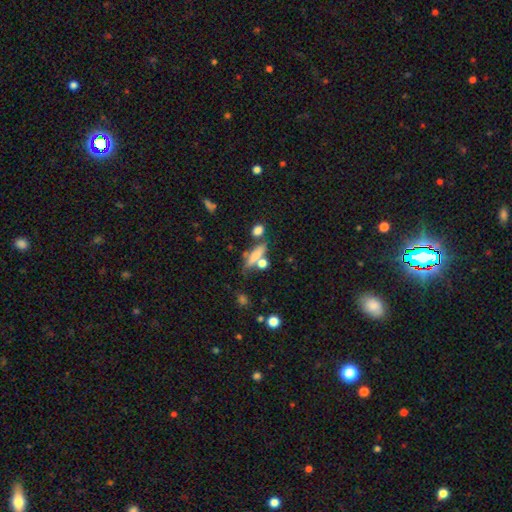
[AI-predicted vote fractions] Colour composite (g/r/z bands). It shows a smooth galaxy with no disk features (63%) that is cigar-shaped (60%). Merging: none (57%).